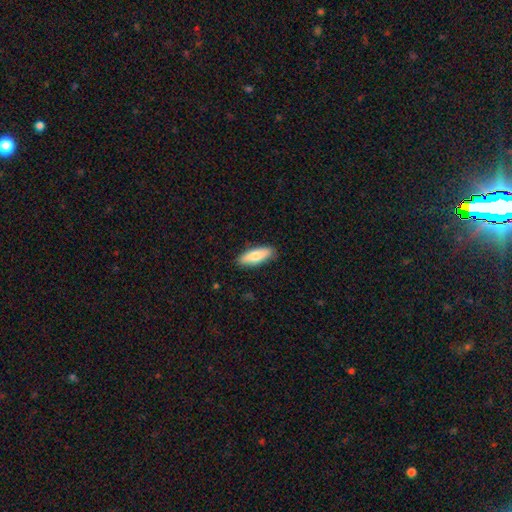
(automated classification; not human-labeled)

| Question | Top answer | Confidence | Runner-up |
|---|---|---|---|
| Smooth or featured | smooth | 79% | featured or disk (16%) |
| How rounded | in between | 59% | cigar-shaped (39%) |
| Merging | none | 87% | minor disturbance (10%) |